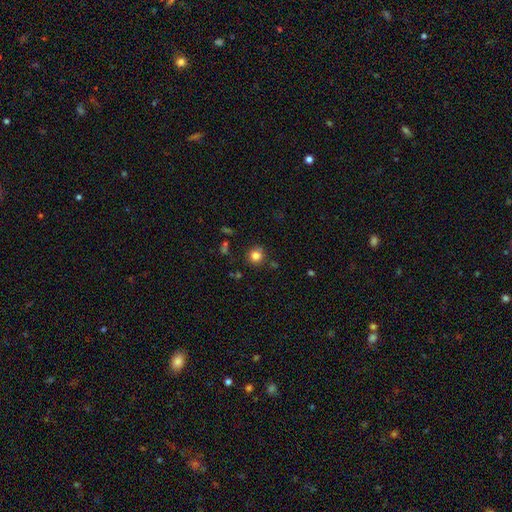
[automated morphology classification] type=smooth (82%); roundness=round (90%); merging=none (82%).